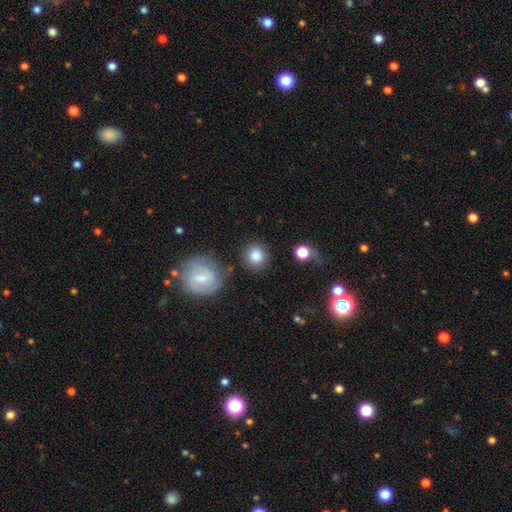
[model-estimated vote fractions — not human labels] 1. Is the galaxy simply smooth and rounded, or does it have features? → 83% smooth, 10% featured or disk, 8% star or artifact.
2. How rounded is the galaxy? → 89% round, 10% in between, 1% cigar-shaped.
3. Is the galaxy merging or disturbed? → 77% none, 11% minor disturbance, 7% merger, 5% major disturbance.